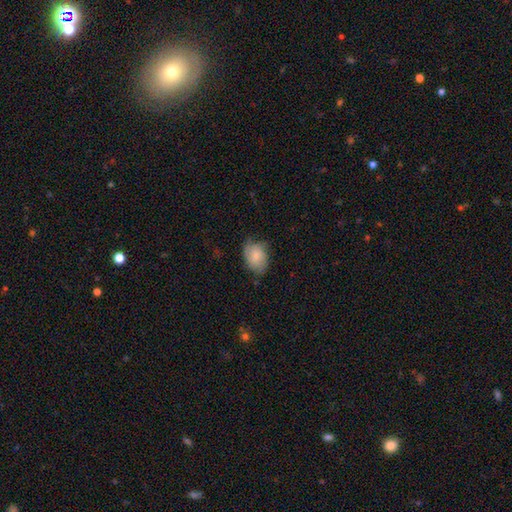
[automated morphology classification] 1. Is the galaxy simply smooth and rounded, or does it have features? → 74% smooth, 19% featured or disk, 7% star or artifact.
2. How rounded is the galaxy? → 76% in between, 22% round, 1% cigar-shaped.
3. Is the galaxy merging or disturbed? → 57% none, 33% minor disturbance, 9% major disturbance, 1% merger.